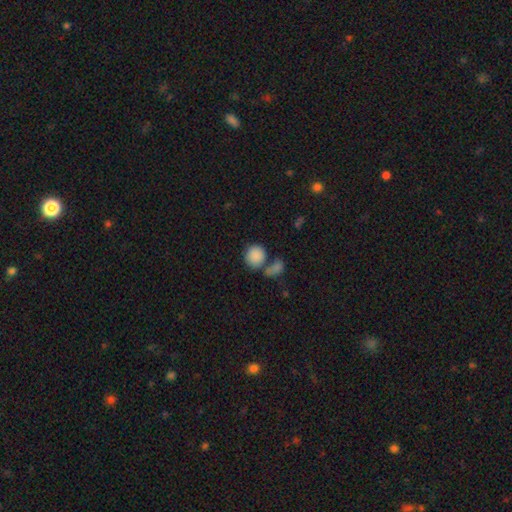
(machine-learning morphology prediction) This is clearly a smooth galaxy (87%). How rounded: likely round (79%). Merging: possibly none (50%).